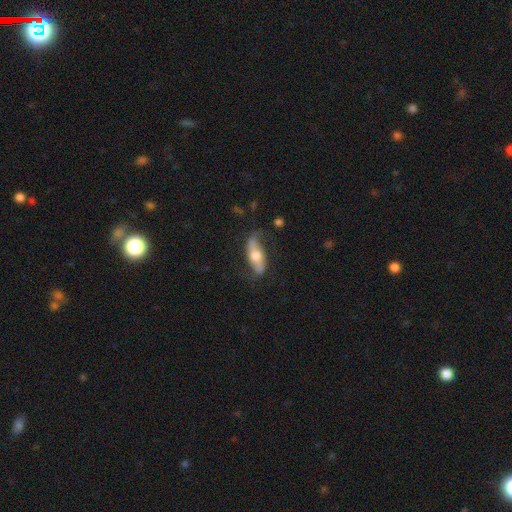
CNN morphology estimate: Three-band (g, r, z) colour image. It shows a featured or disk galaxy (54%). Merging: none (65%).